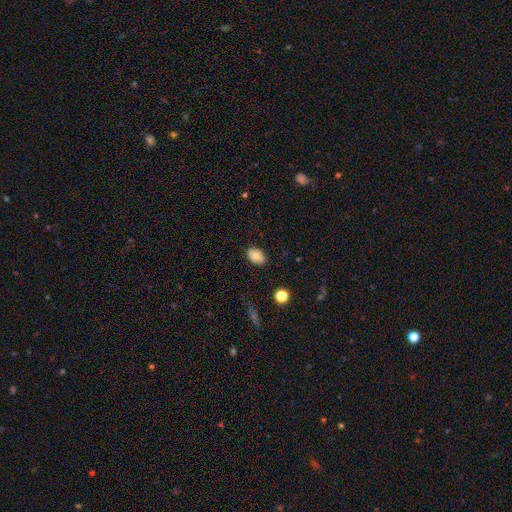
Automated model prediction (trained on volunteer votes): Q: Smooth or featured?
A: smooth (85%); runner-up: star or artifact (9%)
Q: How rounded?
A: in between (83%); runner-up: round (16%)
Q: Merging?
A: none (83%); runner-up: minor disturbance (13%)